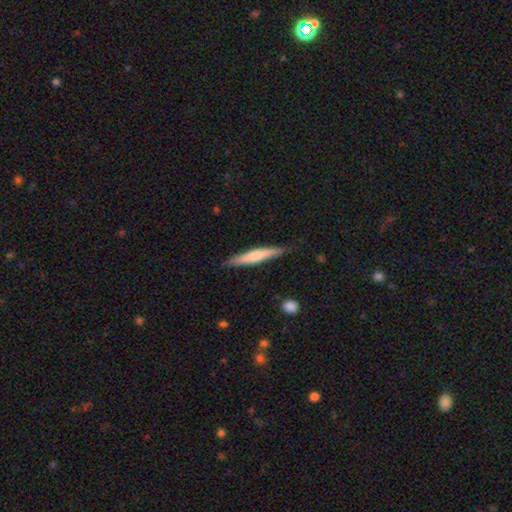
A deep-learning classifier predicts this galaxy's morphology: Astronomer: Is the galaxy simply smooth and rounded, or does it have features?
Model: smooth — 53% (runner-up: featured or disk, 42%).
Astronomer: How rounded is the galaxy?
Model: cigar-shaped — 93%.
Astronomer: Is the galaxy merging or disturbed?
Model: none — 86%.